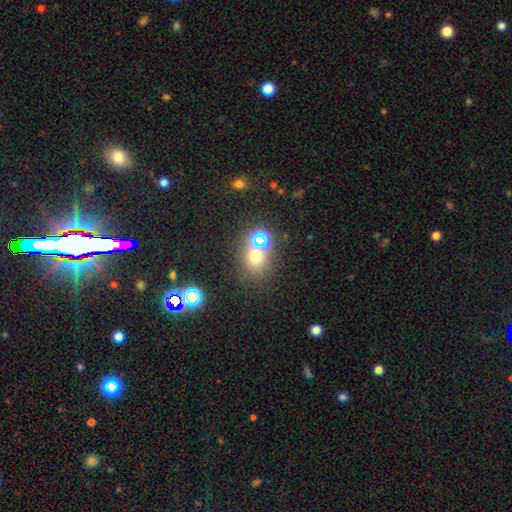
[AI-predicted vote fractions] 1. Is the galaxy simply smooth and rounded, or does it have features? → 58% smooth, 33% star or artifact, 9% featured or disk.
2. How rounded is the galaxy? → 76% round, 23% in between, 1% cigar-shaped.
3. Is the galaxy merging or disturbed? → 65% none, 21% merger, 9% minor disturbance, 5% major disturbance.